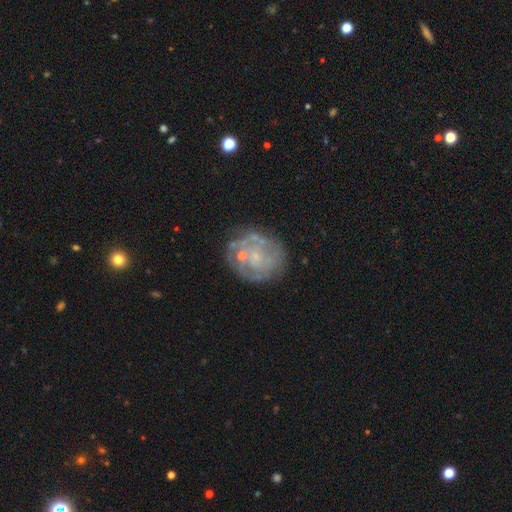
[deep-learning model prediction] Smooth or featured?
  - featured or disk: 69% *
  - smooth: 22%
  - star or artifact: 9%
Edge-on disk?
  - no: 98% *
  - yes: 2%
Bar?
  - no: 81% *
  - weak: 16%
  - strong: 3%
Spiral arms?
  - yes: 53% *
  - no: 47%
Bulge size?
  - small: 65% *
  - none: 17%
  - moderate: 16%
  - large: 1%
  - dominant: 1%
Merging?
  - none: 68% *
  - minor disturbance: 18%
  - major disturbance: 9%
  - merger: 5%